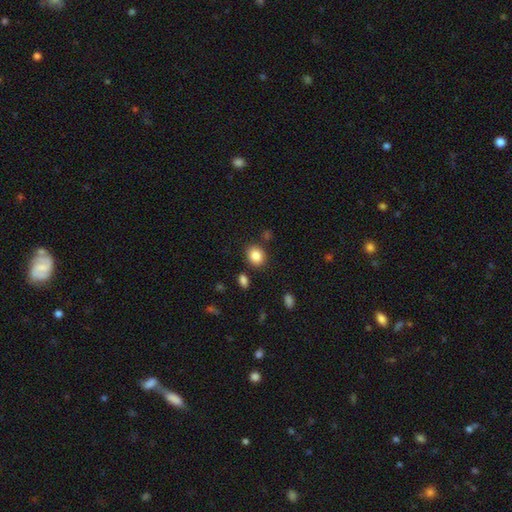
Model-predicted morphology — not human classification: Smooth or featured?
  - smooth: 87% *
  - star or artifact: 9%
  - featured or disk: 5%
How rounded?
  - round: 65% *
  - in between: 34%
  - cigar-shaped: 1%
Merging?
  - none: 83% *
  - minor disturbance: 9%
  - merger: 5%
  - major disturbance: 3%